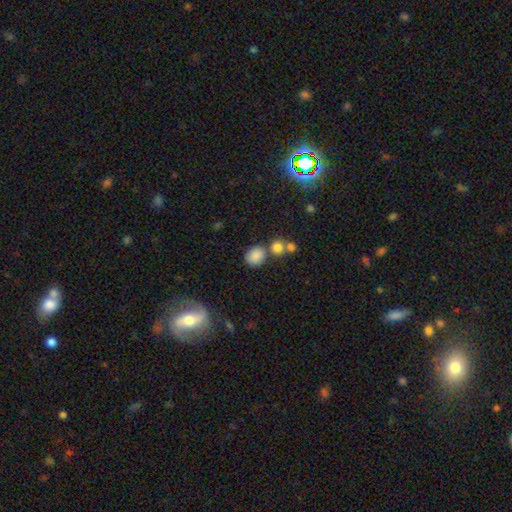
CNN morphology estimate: A smooth galaxy with no disk features (83%) that is round (65%). Merging: none (62%).